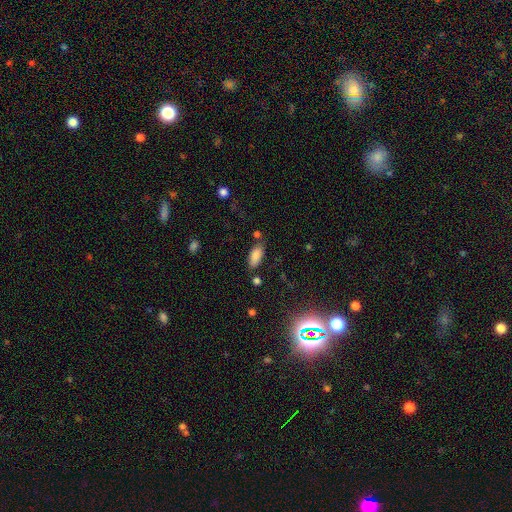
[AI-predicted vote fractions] A smooth galaxy with no disk features (84%) that is in between round and cigar-shaped (87%). Merging: none (75%).